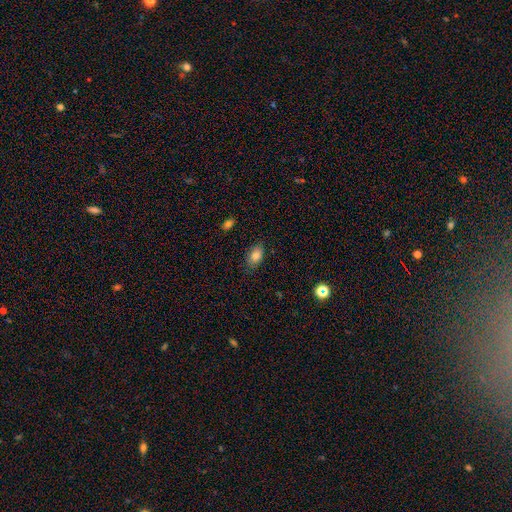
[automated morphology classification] This appears to be a smooth galaxy with no disk features (83%) that is in between round and cigar-shaped (87%). Merging: none (82%).